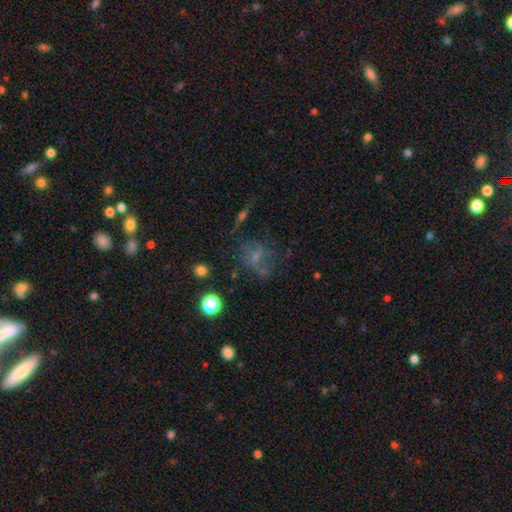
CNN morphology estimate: A smooth galaxy with no disk features (41%). Merging: none (45%).